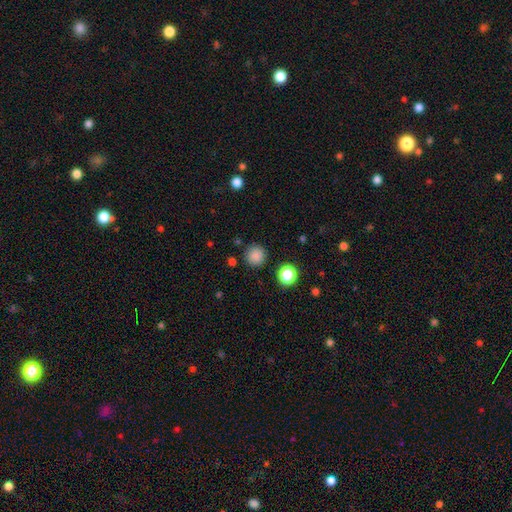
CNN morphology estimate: The model was most divided on "smooth or featured": smooth: 85%, star or artifact: 12%, featured or disk: 4%. More confident: how rounded — round (95%); merging — none (87%).